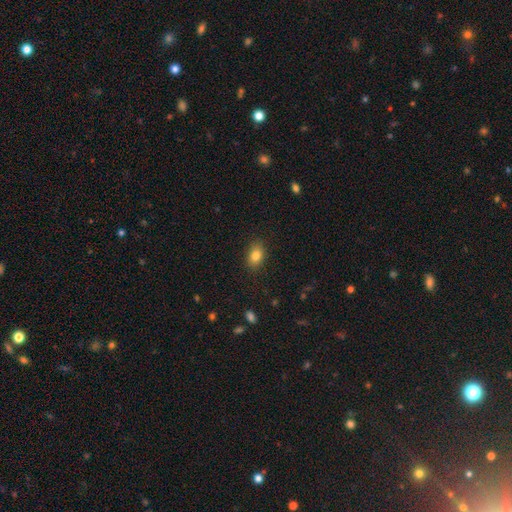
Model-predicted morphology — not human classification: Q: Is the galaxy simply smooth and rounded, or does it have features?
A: smooth — 83%.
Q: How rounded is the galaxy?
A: in between — 80%.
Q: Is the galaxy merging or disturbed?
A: none — 85%.